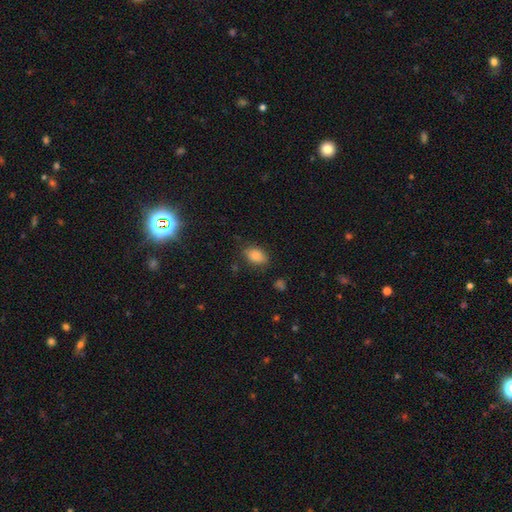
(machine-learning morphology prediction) Overall: smooth (85%). How rounded: in between (87%). Merging: none (77%).